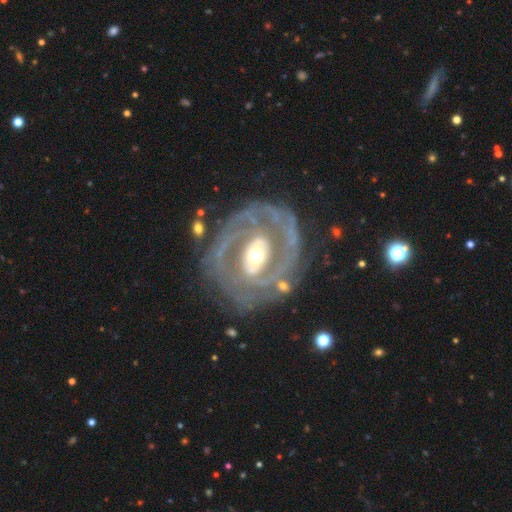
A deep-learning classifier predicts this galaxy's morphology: A featured or disk galaxy (88%) with a weak bar (36%), 2 (59%) tight (58%) spiral arms (89%) and a moderate central bulge (64%).

Vote fractions:
- Smooth or featured? featured or disk: 88% / smooth: 7% / star or artifact: 5%
- Edge-on disk? no: 97% / yes: 3%
- Bar? weak: 36% / no: 34% / strong: 30%
- Spiral arms? yes: 89% / no: 11%
- Spiral winding? tight: 58% / medium: 32% / loose: 10%
- Spiral arm count? 2: 59% / can't tell: 16% / 3: 12% / 1: 5% / 4: 4% / more than 4: 4%
- Bulge size? moderate: 64% / small: 21% / large: 12% / dominant: 1% / none: 1%
- Merging? none: 72% / minor disturbance: 16% / major disturbance: 9% / merger: 3%